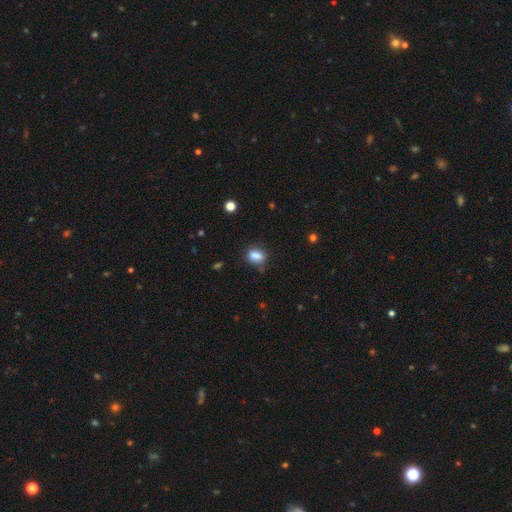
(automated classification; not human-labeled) Overall: smooth (84%). How rounded: in between (75%). Merging: none (73%).